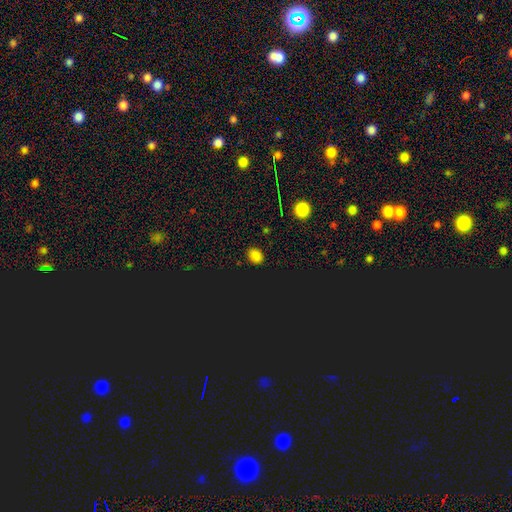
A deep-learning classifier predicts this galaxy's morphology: smooth_or_featured: smooth (p=0.75) [alt: star or artifact p=0.22]
how_rounded: in between (p=0.55) [alt: round p=0.43]
merging: none (p=0.88) [alt: minor disturbance p=0.08]